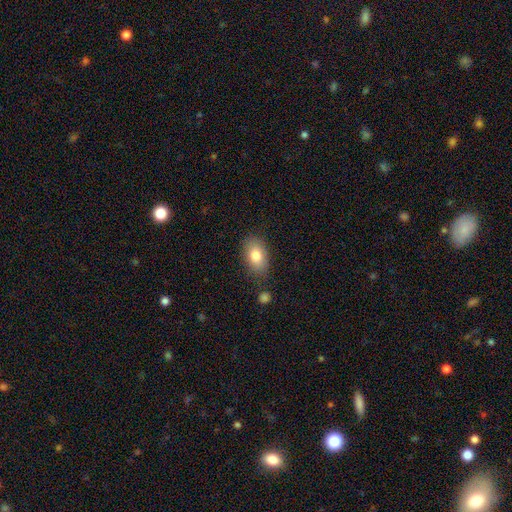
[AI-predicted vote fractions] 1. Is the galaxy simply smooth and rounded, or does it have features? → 80% smooth, 12% featured or disk, 8% star or artifact.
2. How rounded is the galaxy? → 89% in between, 9% round, 2% cigar-shaped.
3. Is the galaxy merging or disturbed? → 79% none, 14% minor disturbance, 4% major disturbance, 4% merger.